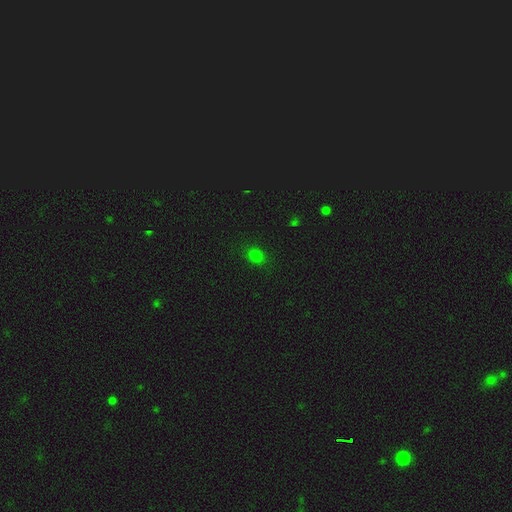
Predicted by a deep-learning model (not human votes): Morphology: type=smooth (78%); roundness=round (54%); merging=none (87%).